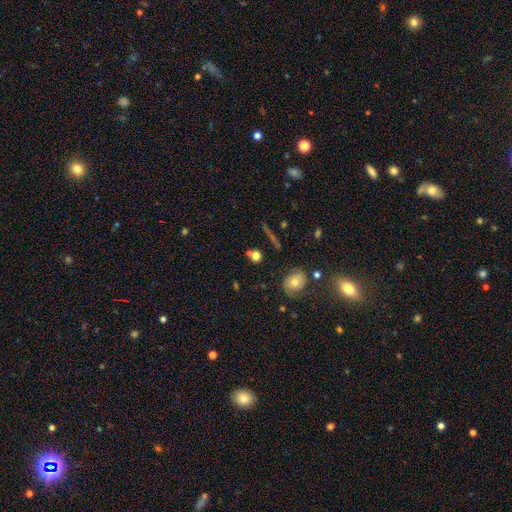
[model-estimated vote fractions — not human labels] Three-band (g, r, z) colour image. It shows a smooth galaxy with no disk features (72%) that is round (79%). Merging: none (67%).